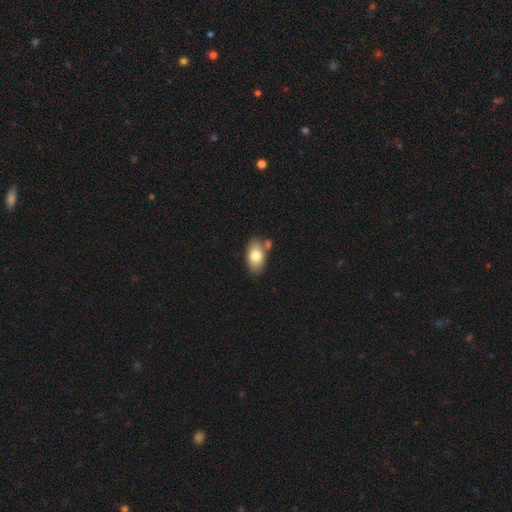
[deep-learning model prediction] Morphology: type=smooth (78%); roundness=in between (91%); merging=none (68%).